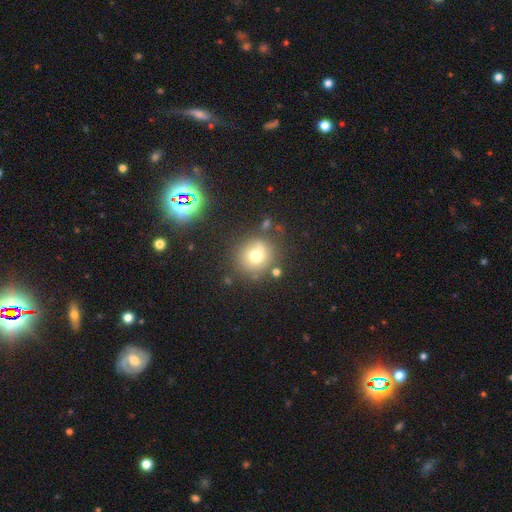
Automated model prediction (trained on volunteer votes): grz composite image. It shows a smooth galaxy with no disk features (70%) that is round (89%). Merging: none (72%).